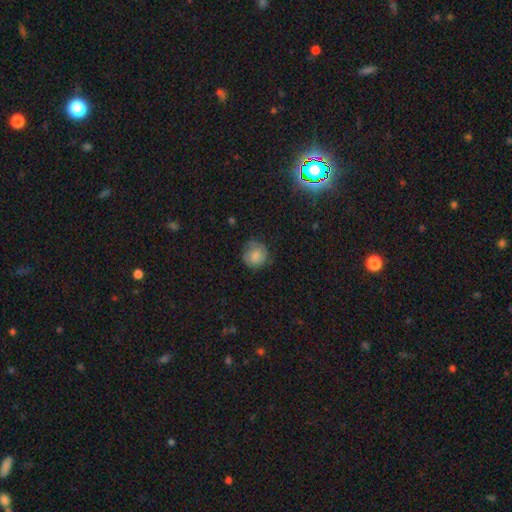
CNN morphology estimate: A smooth galaxy with no disk features (70%) that is round (88%).

Vote fractions:
- Smooth or featured? smooth: 70% / featured or disk: 21% / star or artifact: 9%
- How rounded? round: 88% / in between: 11% / cigar-shaped: 1%
- Merging? none: 67% / minor disturbance: 24% / major disturbance: 8% / merger: 1%